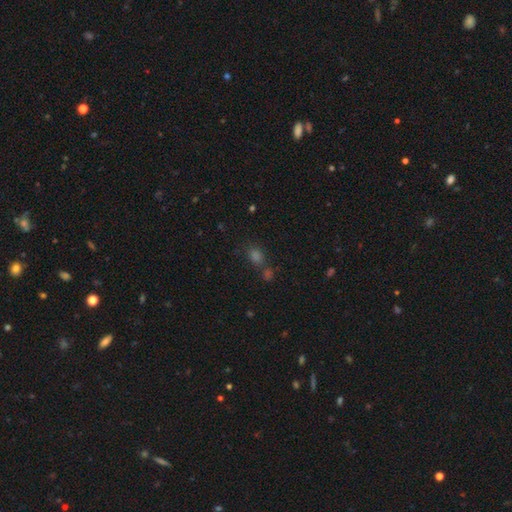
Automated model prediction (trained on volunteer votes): Overall: smooth (60%; star or artifact 32%). How rounded: round (55%; in between 42%). Merging: none (65%).